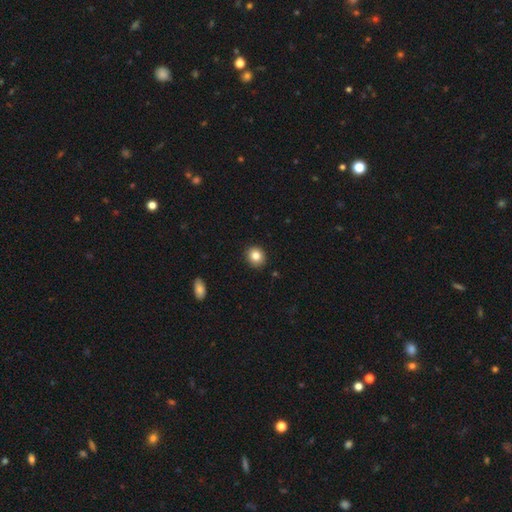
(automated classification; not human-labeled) Smooth or featured?
  - smooth: 83% *
  - star or artifact: 10%
  - featured or disk: 7%
How rounded?
  - round: 78% *
  - in between: 21%
  - cigar-shaped: 1%
Merging?
  - none: 91% *
  - minor disturbance: 7%
  - major disturbance: 2%
  - merger: 1%